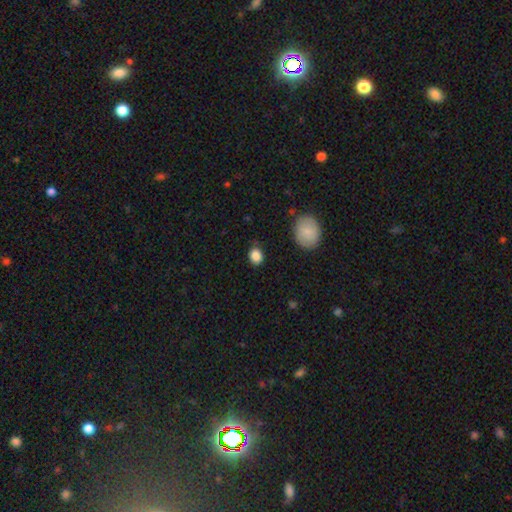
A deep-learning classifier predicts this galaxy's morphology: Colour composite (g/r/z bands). It shows a smooth galaxy with no disk features (87%) that is round (50%). Merging: none (76%).